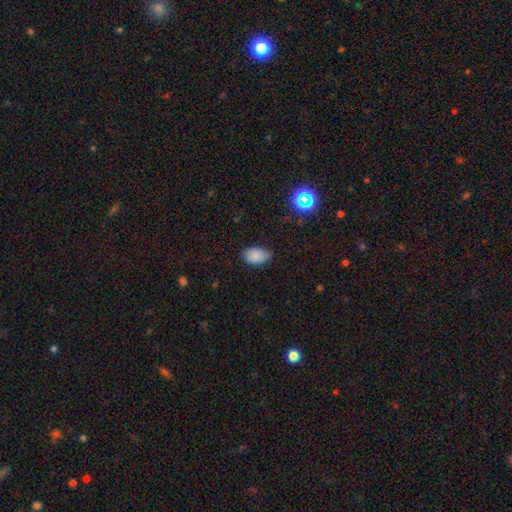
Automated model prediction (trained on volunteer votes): Overall: smooth (85%). How rounded: in between (92%). Merging: none (75%).